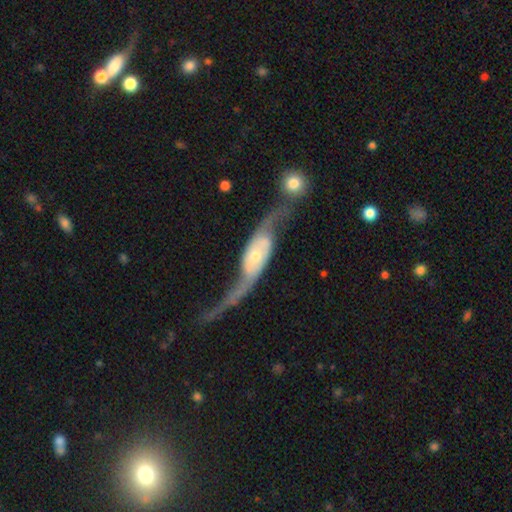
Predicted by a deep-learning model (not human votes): Smooth or featured: featured or disk — 85% (smooth — 10%)
Edge-on disk: no — 86% (yes — 14%)
Bar: no — 63% (weak — 24%)
Spiral arms: yes — 93% (no — 7%)
Spiral winding: loose — 85% (medium — 11%)
Spiral arm count: 2 — 92% (1 — 2%)
Bulge size: small — 50% (moderate — 41%)
Merging: none — 38% (major disturbance — 29%)